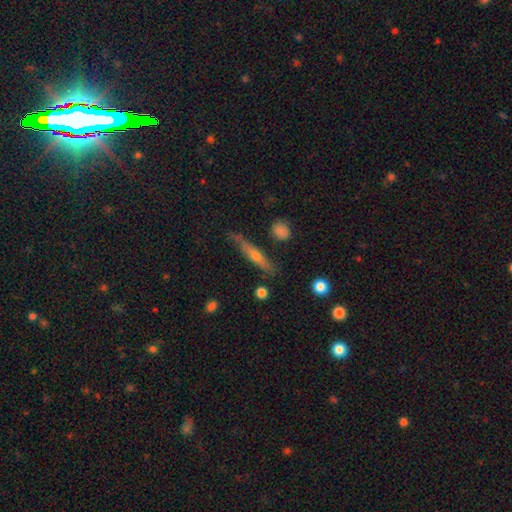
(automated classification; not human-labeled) Smooth or featured? Predicted: featured or disk (p=0.49). Merging? Predicted: none (p=0.75).